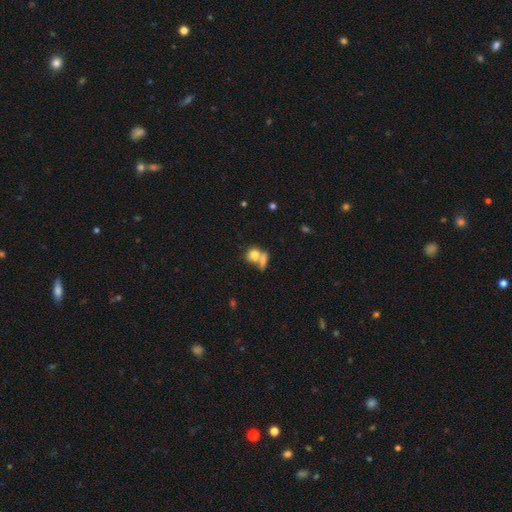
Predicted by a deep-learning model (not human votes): Smooth or featured? Predicted: smooth (p=0.75). How rounded? Predicted: round (p=0.54). Merging? Predicted: merger (p=0.52).